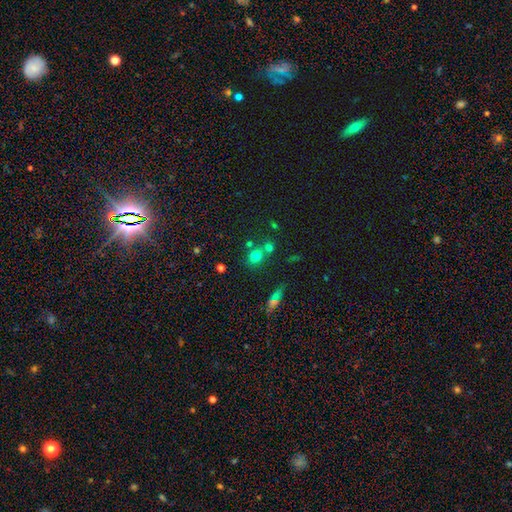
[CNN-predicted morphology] Smooth or featured?
  - smooth: 70% *
  - star or artifact: 19%
  - featured or disk: 12%
How rounded?
  - round: 71% *
  - in between: 28%
  - cigar-shaped: 2%
Merging?
  - none: 55% *
  - merger: 31%
  - minor disturbance: 10%
  - major disturbance: 4%